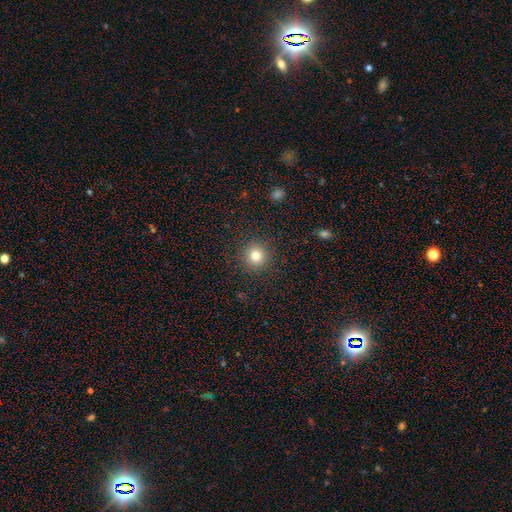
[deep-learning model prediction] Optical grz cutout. It shows a smooth galaxy with no disk features (81%) that is round (94%). Merging: none (91%).